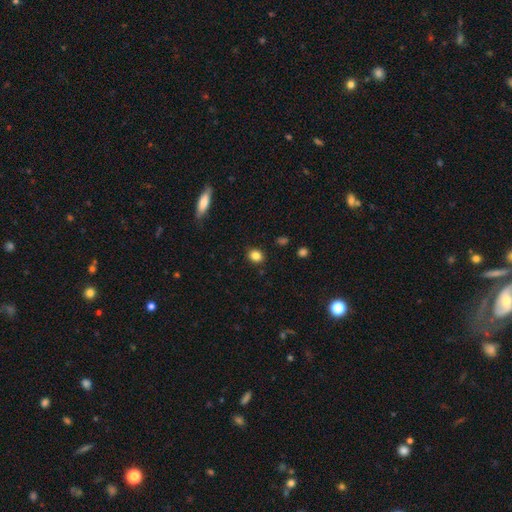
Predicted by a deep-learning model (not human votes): This is clearly a smooth galaxy (84%). How rounded: likely round (60%). Merging: clearly none (88%).